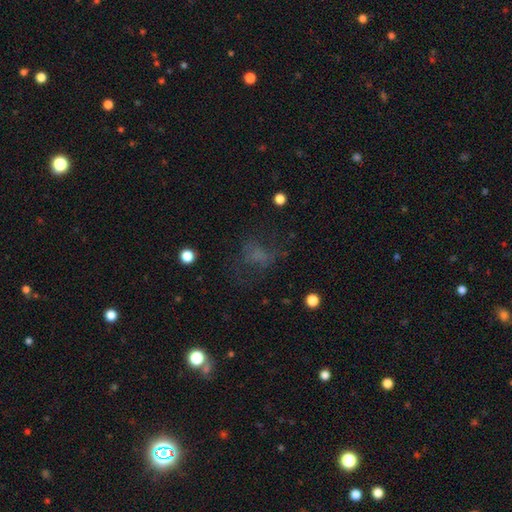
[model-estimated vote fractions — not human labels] A smooth galaxy with no disk features (48%).

Vote fractions:
- Smooth or featured? smooth: 48% / featured or disk: 27% / star or artifact: 25%
- Merging? none: 52% / major disturbance: 27% / minor disturbance: 18% / merger: 2%